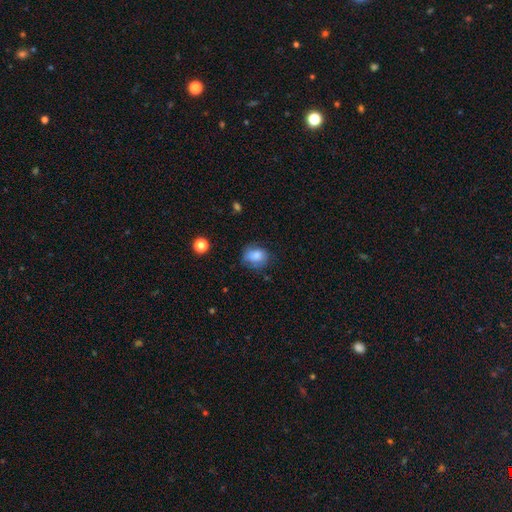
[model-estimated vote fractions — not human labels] Q: Smooth or featured?
A: smooth (78%); runner-up: featured or disk (13%)
Q: How rounded?
A: round (52%); runner-up: in between (47%)
Q: Merging?
A: none (61%); runner-up: minor disturbance (27%)